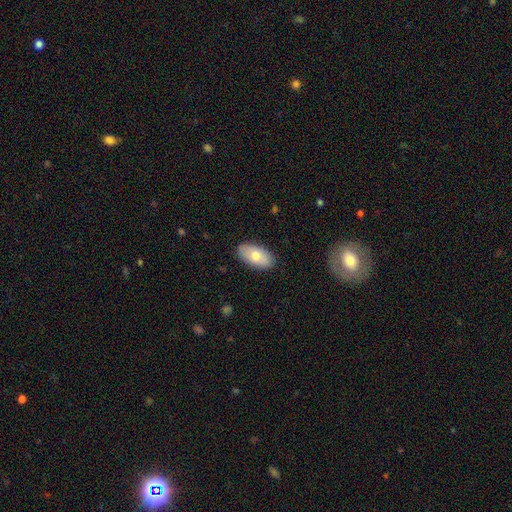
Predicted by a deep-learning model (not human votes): Overall: smooth (71%). How rounded: in between (94%). Merging: none (87%).